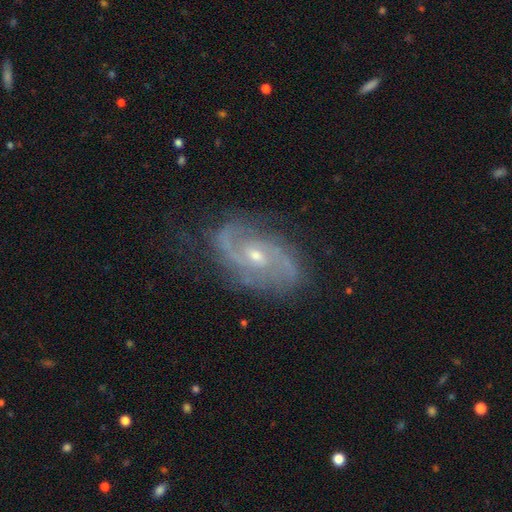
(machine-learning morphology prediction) Smooth or featured: featured or disk — 88% (star or artifact — 6%)
Edge-on disk: no — 96% (yes — 4%)
Bar: no — 50% (weak — 42%)
Spiral arms: yes — 96% (no — 4%)
Spiral winding: medium — 50% (tight — 34%)
Spiral arm count: 2 — 70% (can't tell — 12%)
Bulge size: small — 57% (moderate — 40%)
Merging: none — 72% (minor disturbance — 19%)